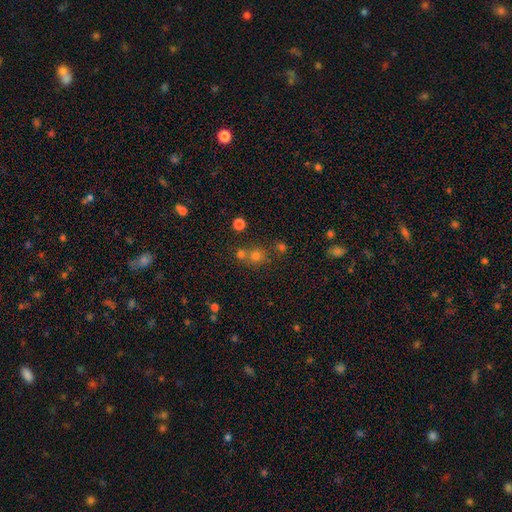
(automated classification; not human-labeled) smooth_or_featured: smooth (p=0.60) [alt: star or artifact p=0.29]
how_rounded: round (p=0.87) [alt: in between p=0.12]
merging: none (p=0.61) [alt: merger p=0.29]